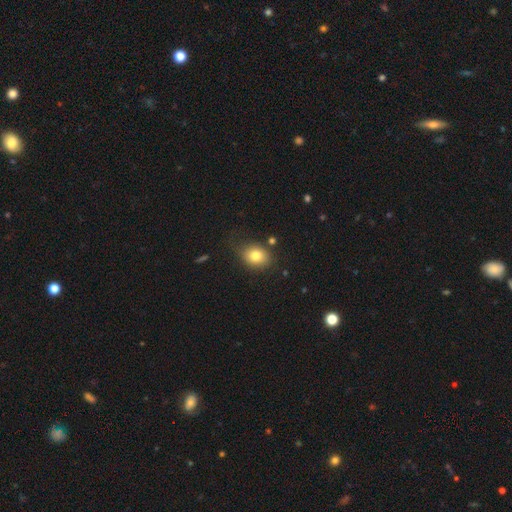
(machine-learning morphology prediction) Smooth or featured? smooth (79%)
How rounded? in between (52%)
Merging? none (73%)